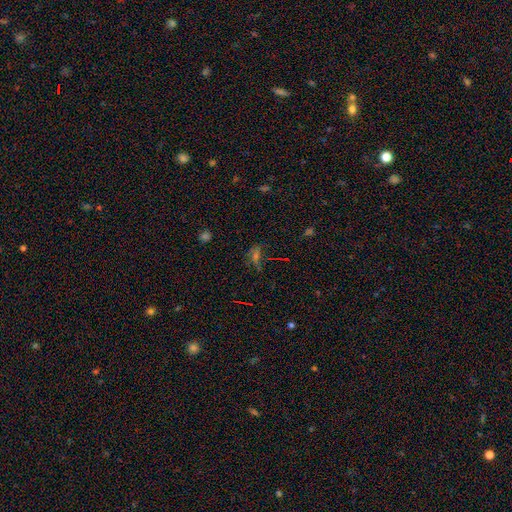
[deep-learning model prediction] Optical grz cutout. It shows a star or artifact, not a galaxy (51%).